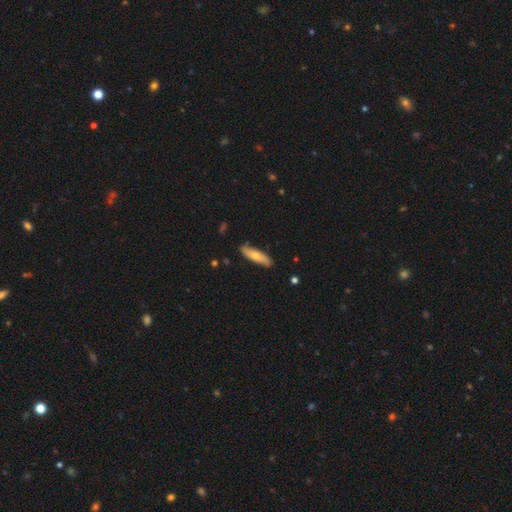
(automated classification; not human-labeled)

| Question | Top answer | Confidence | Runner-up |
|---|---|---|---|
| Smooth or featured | smooth | 64% | featured or disk (31%) |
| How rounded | cigar-shaped | 63% | in between (35%) |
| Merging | none | 83% | minor disturbance (13%) |